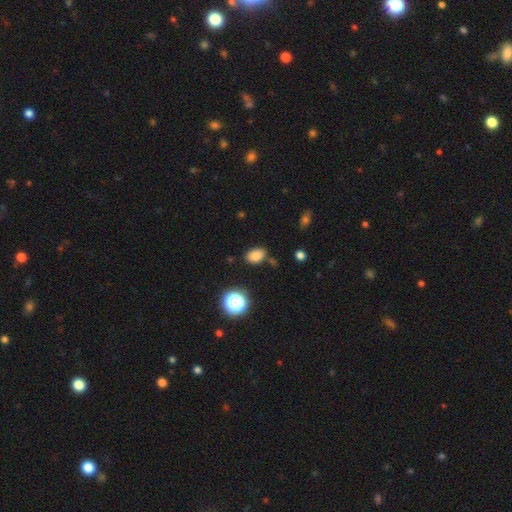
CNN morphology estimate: A smooth galaxy with no disk features (82%) that is in between round and cigar-shaped (77%).

Vote fractions:
- Smooth or featured? smooth: 82% / star or artifact: 13% / featured or disk: 5%
- How rounded? in between: 77% / round: 22% / cigar-shaped: 1%
- Merging? none: 78% / minor disturbance: 14% / merger: 4% / major disturbance: 3%